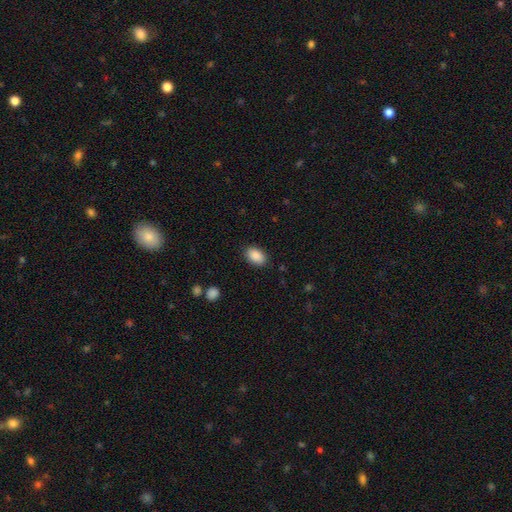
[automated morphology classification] This appears to be a smooth galaxy with no disk features (89%) that is in between round and cigar-shaped (89%). Merging: none (87%).